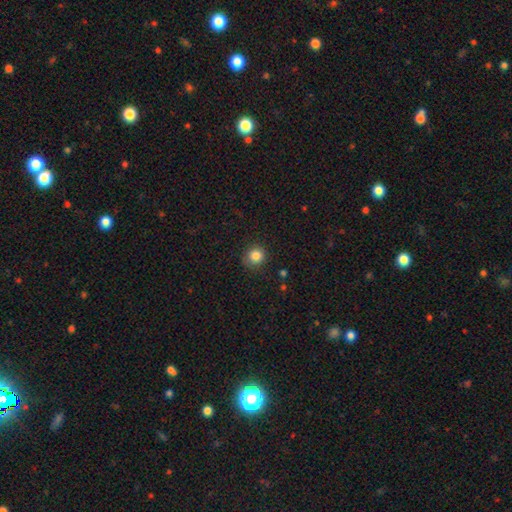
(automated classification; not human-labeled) The model was most divided on "smooth or featured": smooth: 84%, star or artifact: 11%, featured or disk: 5%. More confident: how rounded — round (90%); merging — none (85%).